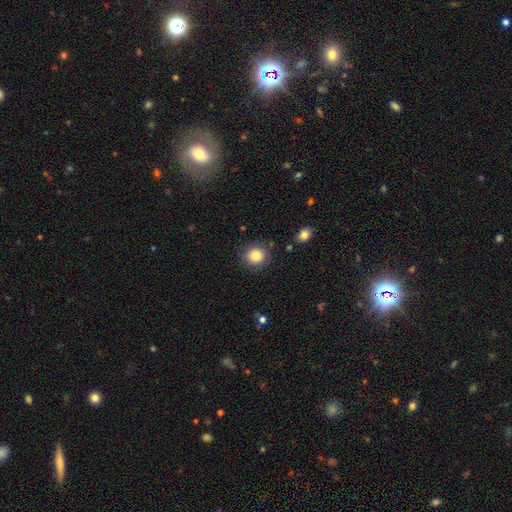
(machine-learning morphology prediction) This appears to be a smooth galaxy with no disk features (86%) that is round (89%). Merging: none (85%).